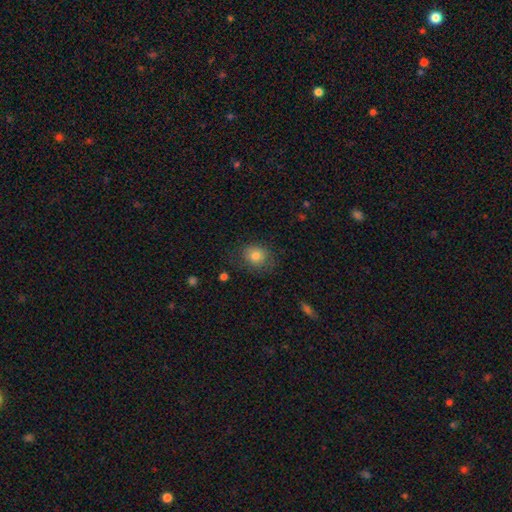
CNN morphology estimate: type=smooth (80%); roundness=round (71%); merging=none (76%).